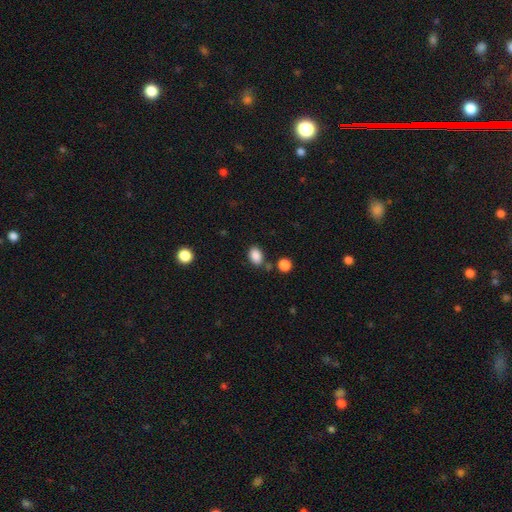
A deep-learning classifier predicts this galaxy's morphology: smooth_or_featured: smooth (p=0.87) [alt: star or artifact p=0.09]
how_rounded: in between (p=0.78) [alt: round p=0.21]
merging: none (p=0.74) [alt: minor disturbance p=0.14]